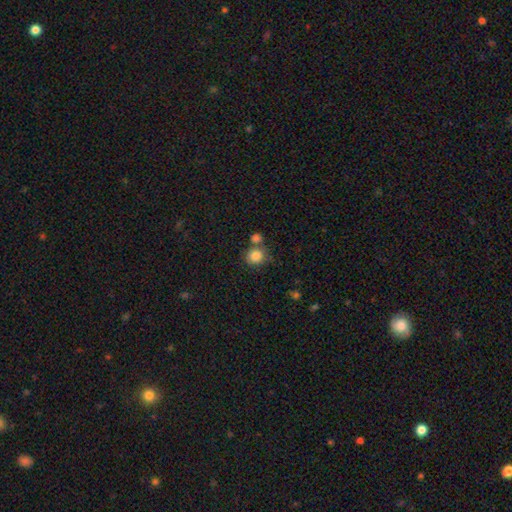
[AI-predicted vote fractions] This is clearly a smooth galaxy (84%). How rounded: clearly round (83%). Merging: possibly none (58%).